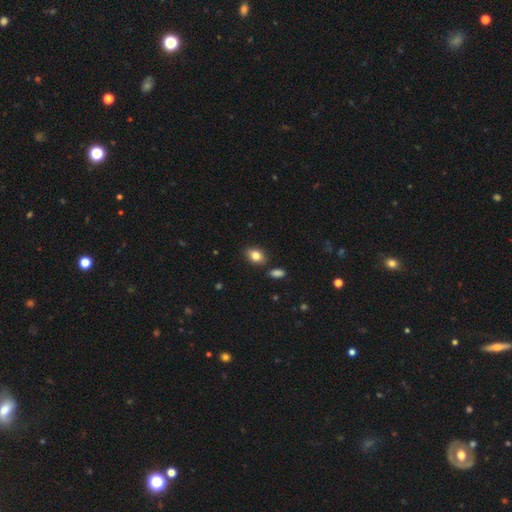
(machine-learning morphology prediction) smooth-or-featured: smooth: 84% | star or artifact: 9% | featured or disk: 8%
  how-rounded: in between: 78% | round: 21% | cigar-shaped: 1%
  merging: none: 82% | minor disturbance: 11% | merger: 4% | major disturbance: 2%